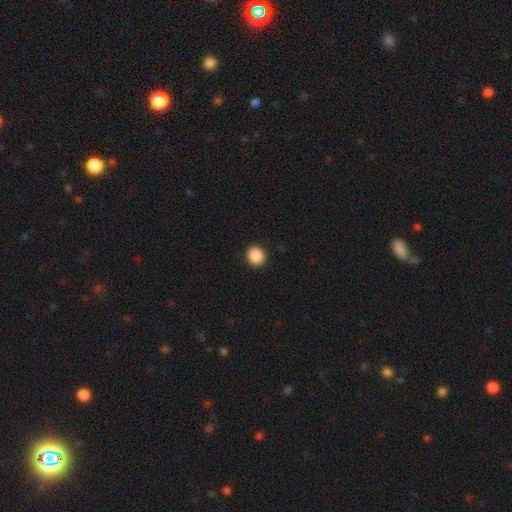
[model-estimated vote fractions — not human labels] A smooth galaxy with no disk features (89%) that is round (72%).

Vote fractions:
- Smooth or featured? smooth: 89% / star or artifact: 9% / featured or disk: 2%
- How rounded? round: 72% / in between: 27% / cigar-shaped: 1%
- Merging? none: 92% / minor disturbance: 6% / major disturbance: 2% / merger: 1%